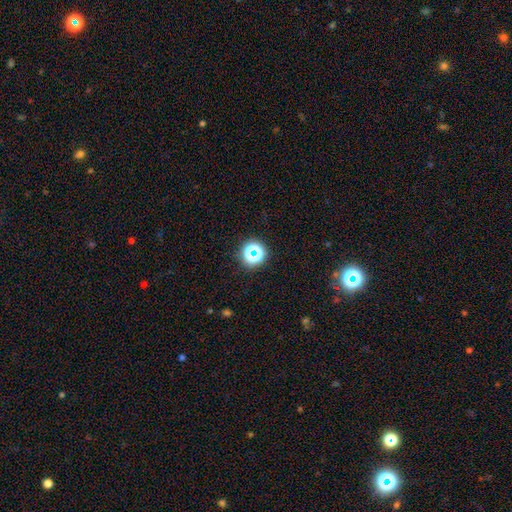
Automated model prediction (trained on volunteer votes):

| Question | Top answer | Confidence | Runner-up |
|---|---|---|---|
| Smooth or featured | star or artifact | 56% | smooth (34%) |